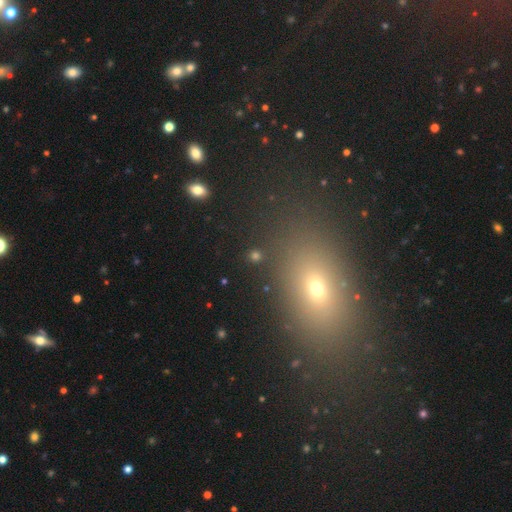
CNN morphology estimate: smooth_or_featured: smooth (p=0.55) [alt: star or artifact p=0.31]
how_rounded: in between (p=0.49) [alt: round p=0.46]
merging: none (p=0.80) [alt: minor disturbance p=0.09]